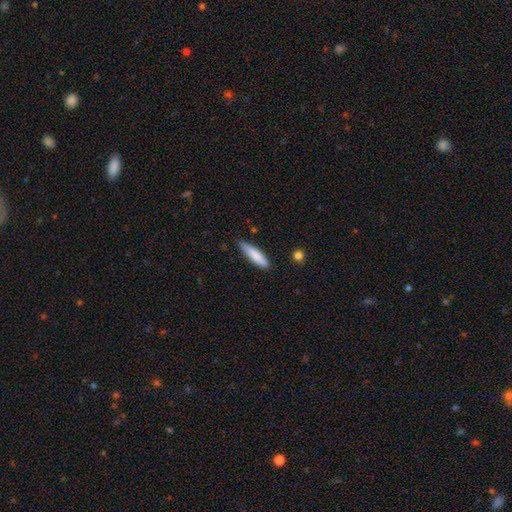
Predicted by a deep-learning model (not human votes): This appears to be a smooth galaxy with no disk features (82%) that is cigar-shaped (77%). Merging: none (79%).